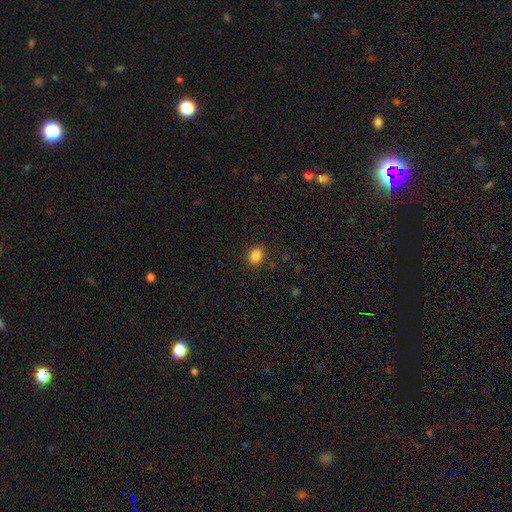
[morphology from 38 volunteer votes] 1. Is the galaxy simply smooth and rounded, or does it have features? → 87% smooth, 8% star or artifact, 5% featured or disk.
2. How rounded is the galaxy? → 58% in between, 42% round, 0% cigar-shaped.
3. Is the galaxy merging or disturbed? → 80% none, 11% minor disturbance, 6% major disturbance, 3% merger.